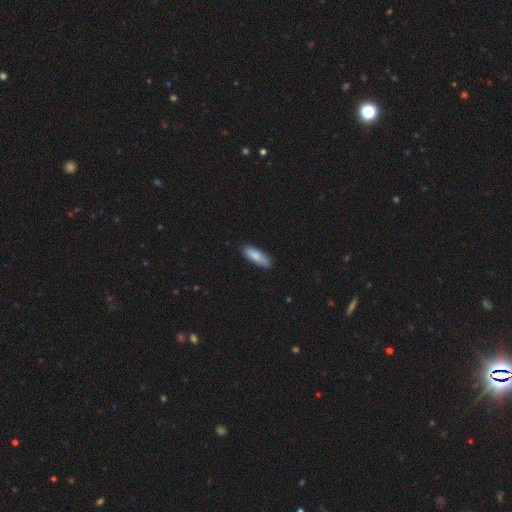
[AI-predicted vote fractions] smooth_or_featured: smooth (p=0.82) [alt: featured or disk p=0.13]
how_rounded: cigar-shaped (p=0.51) [alt: in between p=0.47]
merging: none (p=0.85) [alt: minor disturbance p=0.12]